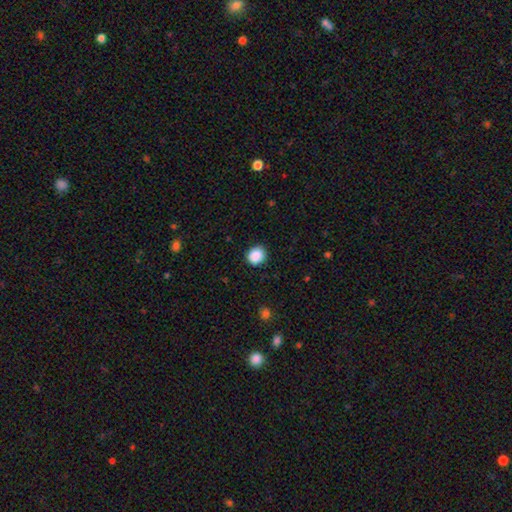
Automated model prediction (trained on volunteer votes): Q: Smooth or featured?
A: smooth (89%); runner-up: star or artifact (9%)
Q: How rounded?
A: round (86%); runner-up: in between (13%)
Q: Merging?
A: none (90%); runner-up: minor disturbance (7%)